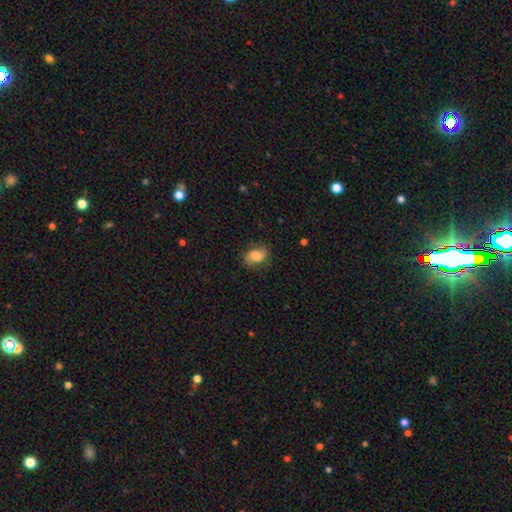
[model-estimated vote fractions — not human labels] Smooth or featured: smooth — 51% (featured or disk — 40%)
How rounded: in between — 69% (round — 29%)
Merging: none — 74% (minor disturbance — 18%)